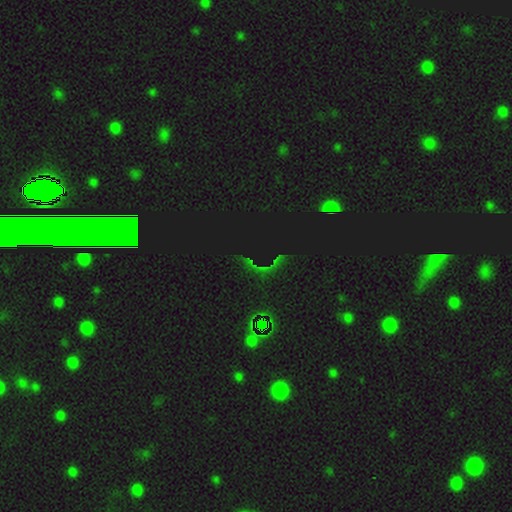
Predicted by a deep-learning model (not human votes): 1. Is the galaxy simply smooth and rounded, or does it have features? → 72% star or artifact, 15% featured or disk, 13% smooth.